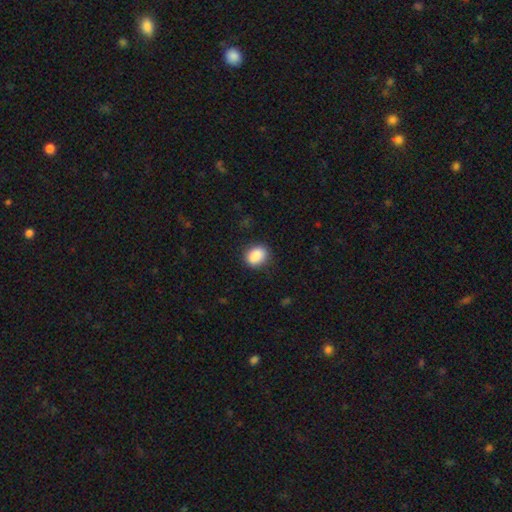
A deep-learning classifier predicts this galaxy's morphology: The model was most divided on "how rounded": in between: 65%, round: 34%, cigar-shaped: 1%. More confident: smooth or featured — smooth (88%); merging — none (84%).